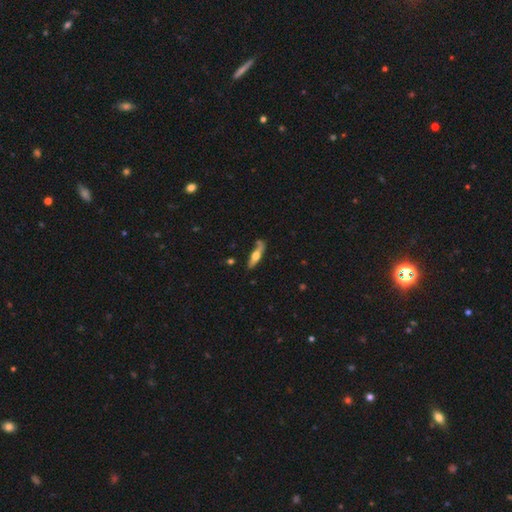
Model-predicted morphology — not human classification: Smooth or featured? smooth (48%)
Merging? none (68%)